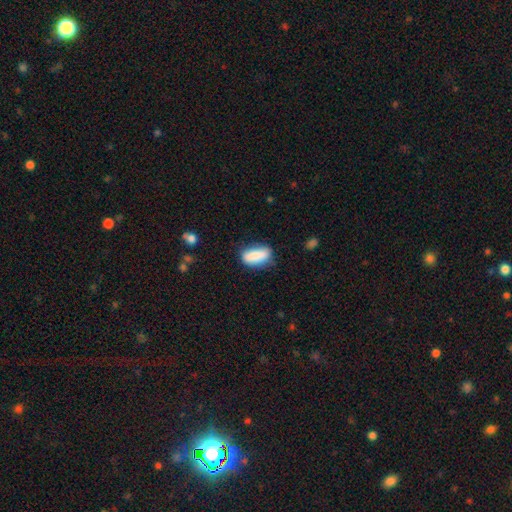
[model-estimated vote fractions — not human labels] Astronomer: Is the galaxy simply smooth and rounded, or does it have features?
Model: smooth — 84%.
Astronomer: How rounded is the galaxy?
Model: in between — 82%.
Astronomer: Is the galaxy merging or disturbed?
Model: none — 72%.